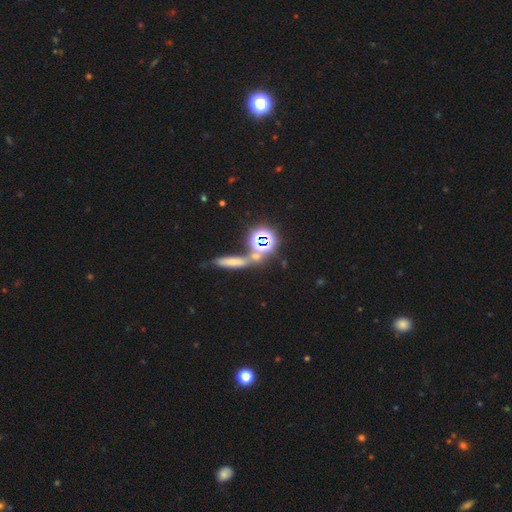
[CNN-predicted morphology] smooth-or-featured: star or artifact: 44% | smooth: 43% | featured or disk: 12%